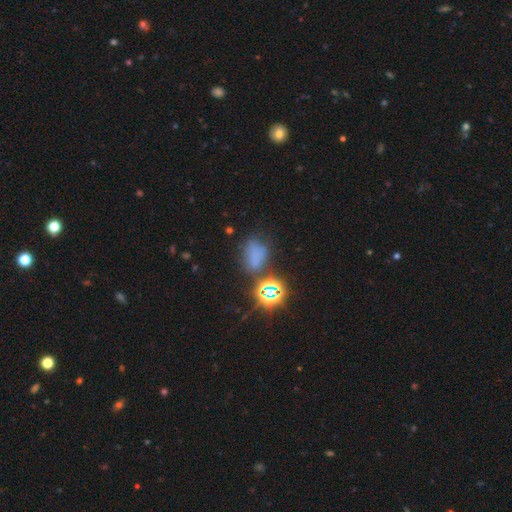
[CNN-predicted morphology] type=smooth (52%); roundness=in between (69%); merging=none (48%).